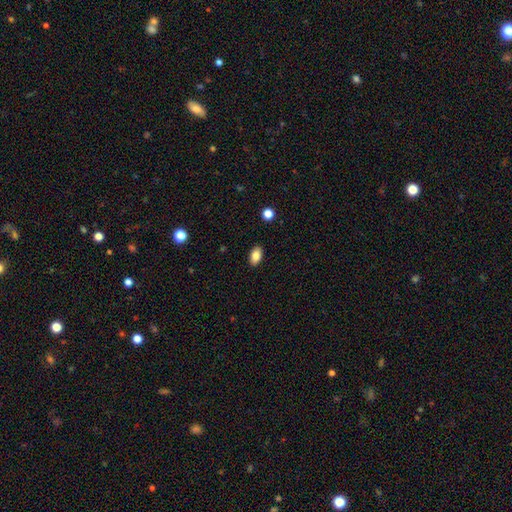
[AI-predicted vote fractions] smooth-or-featured: smooth: 85% | star or artifact: 8% | featured or disk: 7%
  how-rounded: in between: 92% | round: 5% | cigar-shaped: 3%
  merging: none: 89% | minor disturbance: 8% | major disturbance: 2% | merger: 1%